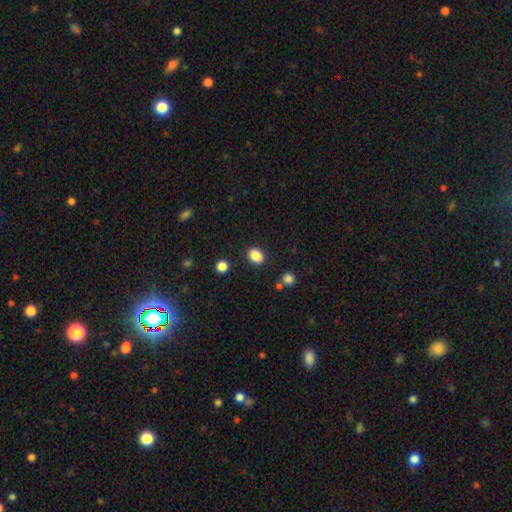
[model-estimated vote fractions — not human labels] The model was most divided on "how rounded": in between: 61%, round: 38%, cigar-shaped: 1%. More confident: smooth or featured — smooth (87%); merging — none (86%).